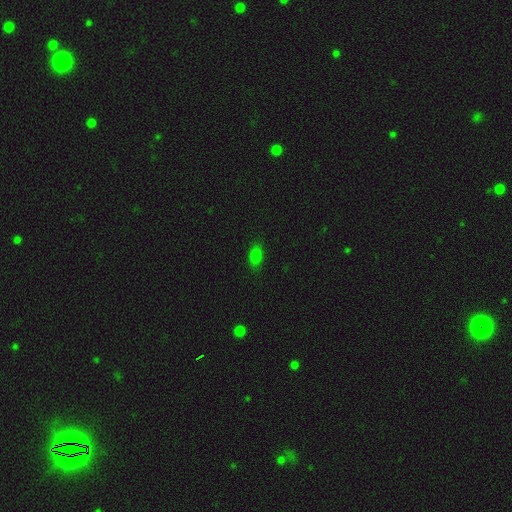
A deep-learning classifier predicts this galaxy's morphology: Smooth or featured? Predicted: smooth (p=0.79). How rounded? Predicted: in between (p=0.83). Merging? Predicted: none (p=0.84).